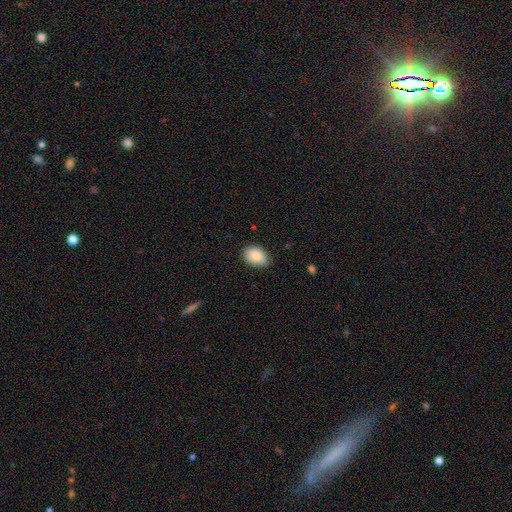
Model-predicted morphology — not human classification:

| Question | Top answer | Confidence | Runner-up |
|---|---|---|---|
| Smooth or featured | smooth | 84% | featured or disk (9%) |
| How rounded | in between | 76% | round (23%) |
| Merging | none | 77% | minor disturbance (19%) |